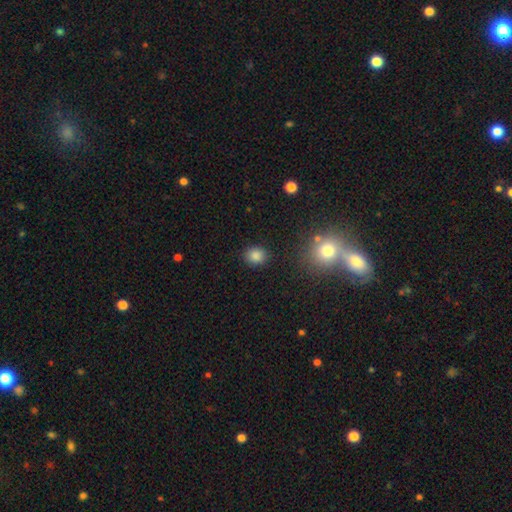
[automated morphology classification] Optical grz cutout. It shows a smooth galaxy with no disk features (85%) that is round (67%). Merging: none (87%).